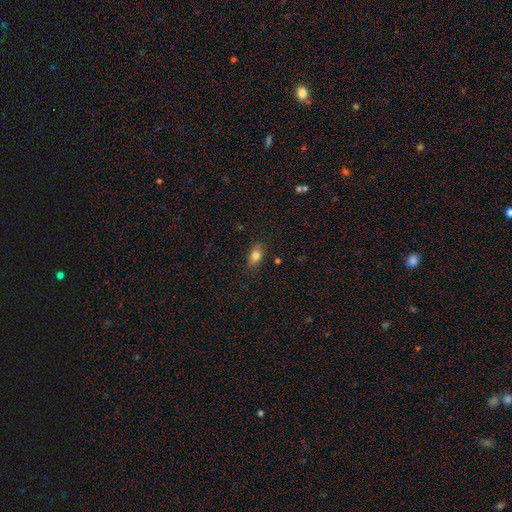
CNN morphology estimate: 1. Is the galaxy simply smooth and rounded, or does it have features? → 80% smooth, 11% featured or disk, 9% star or artifact.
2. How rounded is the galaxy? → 84% in between, 11% round, 5% cigar-shaped.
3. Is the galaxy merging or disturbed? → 82% none, 13% minor disturbance, 3% major disturbance, 1% merger.